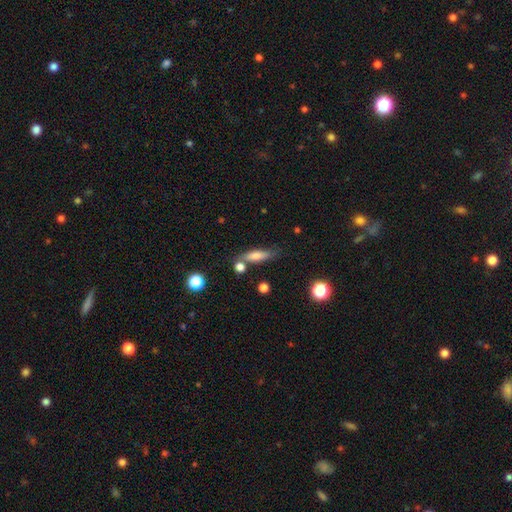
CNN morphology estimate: smooth-or-featured: smooth: 68% | featured or disk: 23% | star or artifact: 9%
  how-rounded: cigar-shaped: 55% | in between: 40% | round: 4%
  merging: none: 66% | minor disturbance: 16% | merger: 13% | major disturbance: 5%